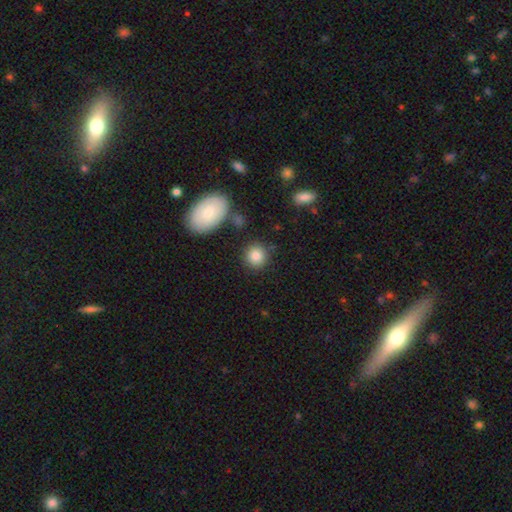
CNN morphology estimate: Overall: smooth (85%). How rounded: round (85%). Merging: none (83%).